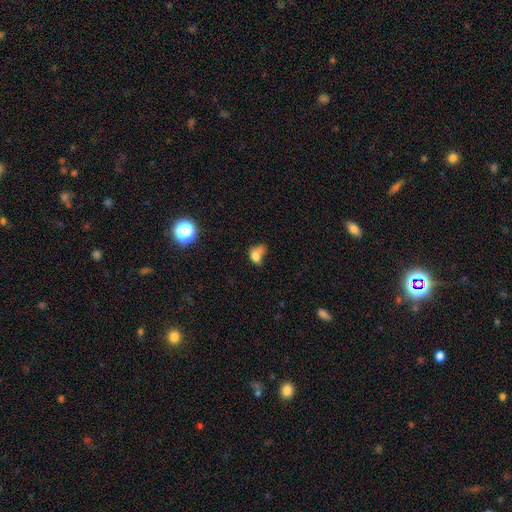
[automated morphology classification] type=smooth (72%); roundness=in between (63%); merging=minor disturbance (30%).